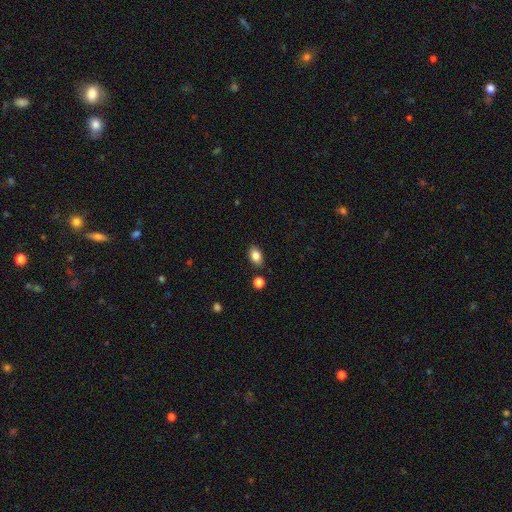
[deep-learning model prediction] smooth-or-featured: smooth: 84% | star or artifact: 9% | featured or disk: 8%
  how-rounded: in between: 86% | round: 12% | cigar-shaped: 2%
  merging: none: 85% | minor disturbance: 10% | merger: 3% | major disturbance: 2%